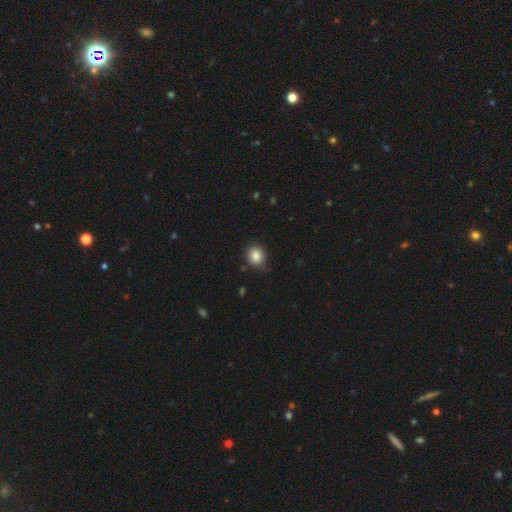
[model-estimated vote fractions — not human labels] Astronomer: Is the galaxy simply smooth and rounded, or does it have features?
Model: smooth — 85%.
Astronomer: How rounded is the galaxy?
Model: round — 73%.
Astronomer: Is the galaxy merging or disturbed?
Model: none — 81%.